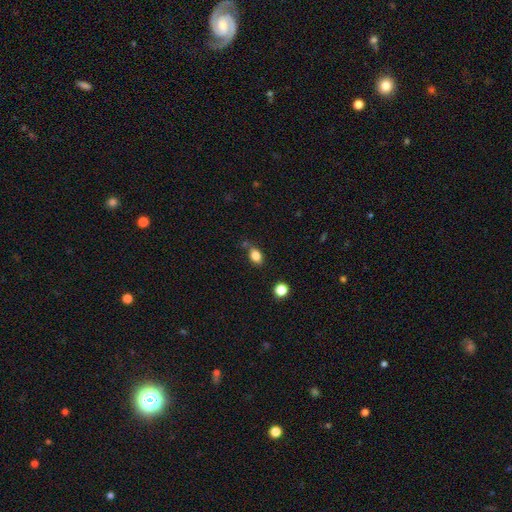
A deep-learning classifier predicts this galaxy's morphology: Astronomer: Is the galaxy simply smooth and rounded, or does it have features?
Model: smooth — 82%.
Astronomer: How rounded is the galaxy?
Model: in between — 78%.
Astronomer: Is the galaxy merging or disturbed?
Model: none — 66%.